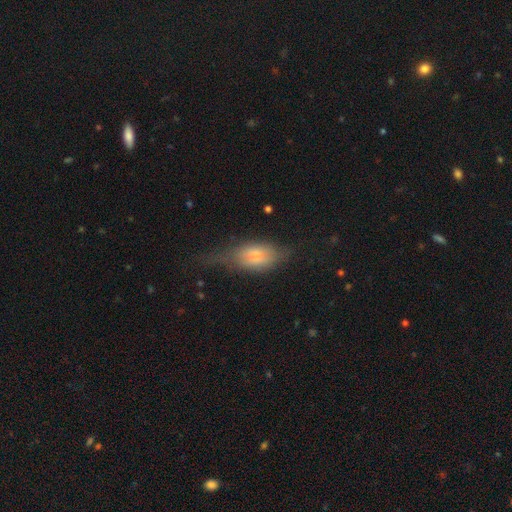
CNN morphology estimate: smooth_or_featured: smooth (p=0.64) [alt: featured or disk p=0.27]
how_rounded: in between (p=0.79) [alt: cigar-shaped p=0.16]
merging: none (p=0.35) [alt: minor disturbance p=0.32]